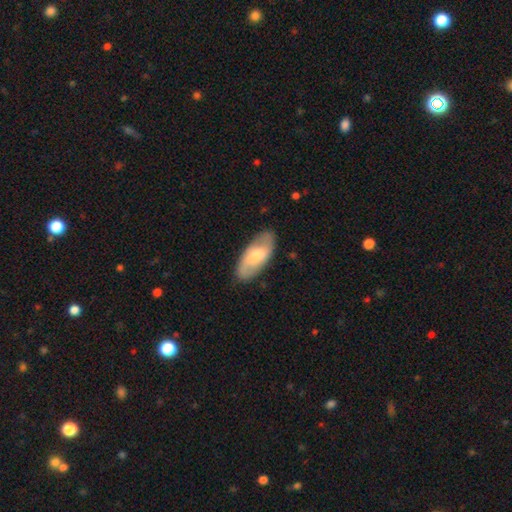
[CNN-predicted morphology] Q: Smooth or featured?
A: smooth (54%); runner-up: featured or disk (40%)
Q: How rounded?
A: in between (88%); runner-up: cigar-shaped (10%)
Q: Merging?
A: none (83%); runner-up: minor disturbance (13%)